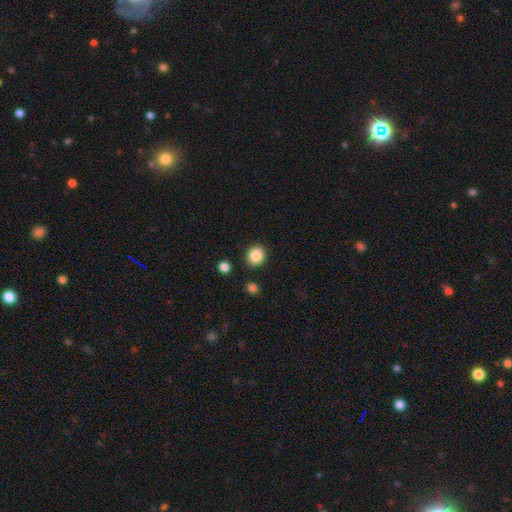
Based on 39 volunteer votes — smooth_or_featured: smooth (p=0.92) [alt: star or artifact p=0.08]
how_rounded: round (p=0.92) [alt: in between p=0.08]
merging: none (p=0.92) [alt: minor disturbance p=0.06]